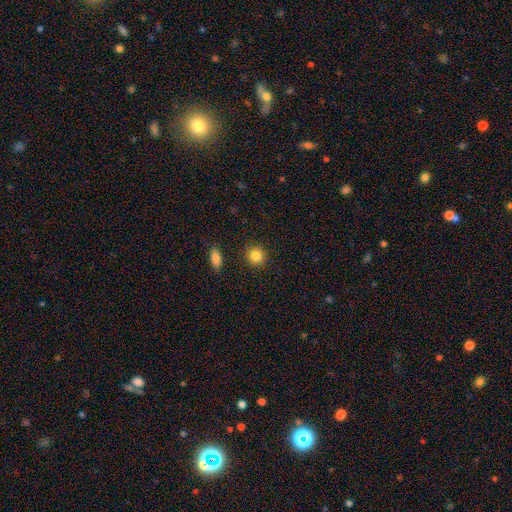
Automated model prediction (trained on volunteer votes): This is clearly a smooth galaxy (85%). How rounded: clearly round (90%). Merging: clearly none (91%).